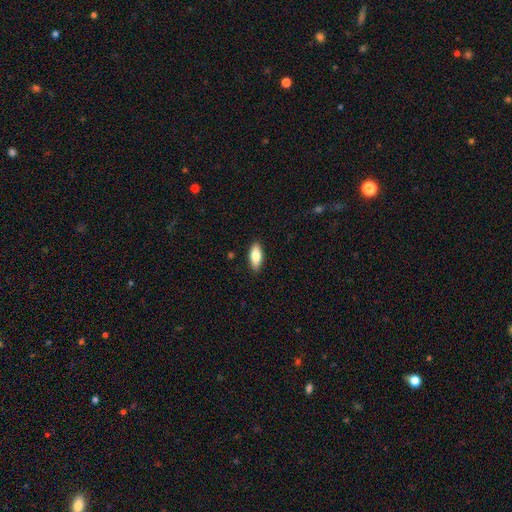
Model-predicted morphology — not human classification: Smooth or featured? smooth (80%)
How rounded? in between (82%)
Merging? none (88%)